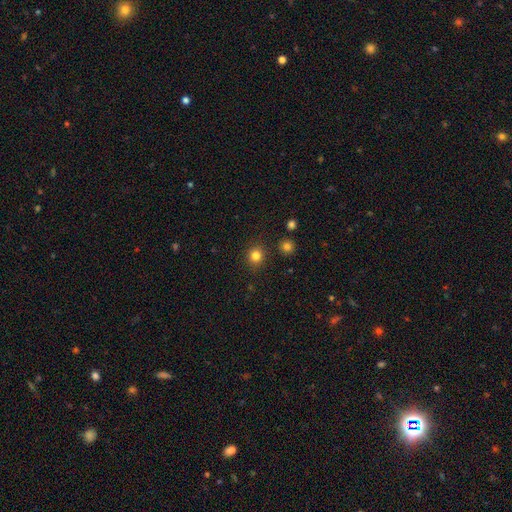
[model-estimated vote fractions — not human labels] Overall: smooth (82%). How rounded: round (89%). Merging: none (89%).